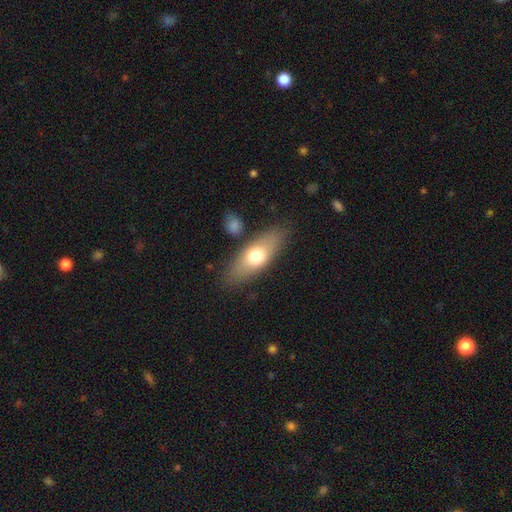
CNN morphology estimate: smooth-or-featured: smooth: 66% | featured or disk: 27% | star or artifact: 7%
  how-rounded: in between: 67% | cigar-shaped: 29% | round: 4%
  merging: none: 81% | minor disturbance: 10% | merger: 5% | major disturbance: 3%